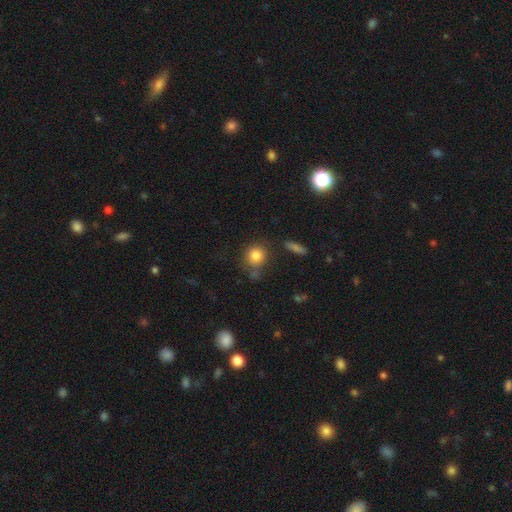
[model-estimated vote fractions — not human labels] Overall: smooth (83%). How rounded: round (82%). Merging: none (69%).